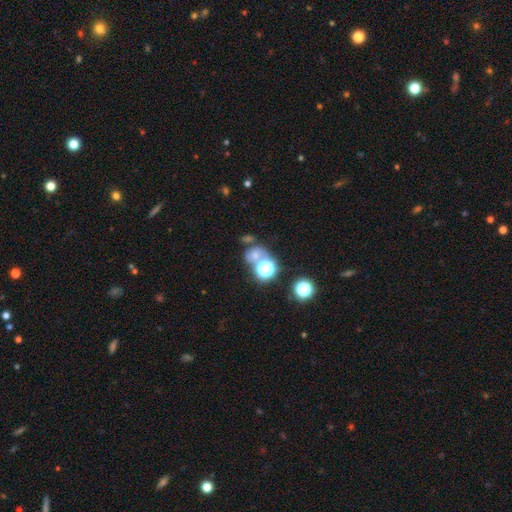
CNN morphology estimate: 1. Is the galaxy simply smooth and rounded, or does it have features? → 50% smooth, 32% star or artifact, 18% featured or disk.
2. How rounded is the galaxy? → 70% round, 29% in between, 1% cigar-shaped.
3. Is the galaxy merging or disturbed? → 40% none (tied), 40% merger (tied), 11% minor disturbance, 10% major disturbance.